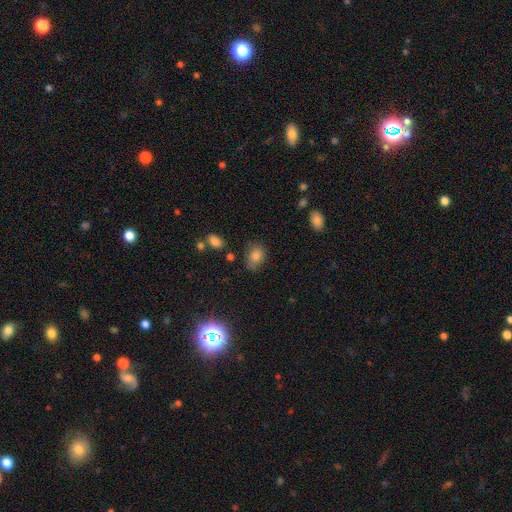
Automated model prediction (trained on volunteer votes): Q: Smooth or featured?
A: smooth (80%); runner-up: star or artifact (11%)
Q: How rounded?
A: in between (65%); runner-up: round (34%)
Q: Merging?
A: none (69%); runner-up: minor disturbance (23%)